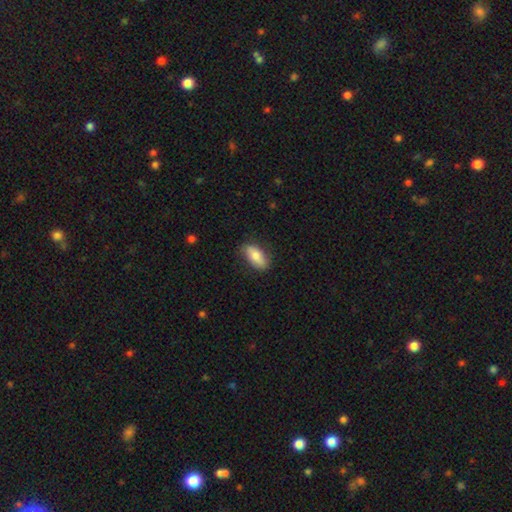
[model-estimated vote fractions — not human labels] smooth-or-featured: smooth: 77% | featured or disk: 17% | star or artifact: 6%
  how-rounded: in between: 88% | cigar-shaped: 8% | round: 3%
  merging: none: 80% | minor disturbance: 16% | major disturbance: 3% | merger: 1%